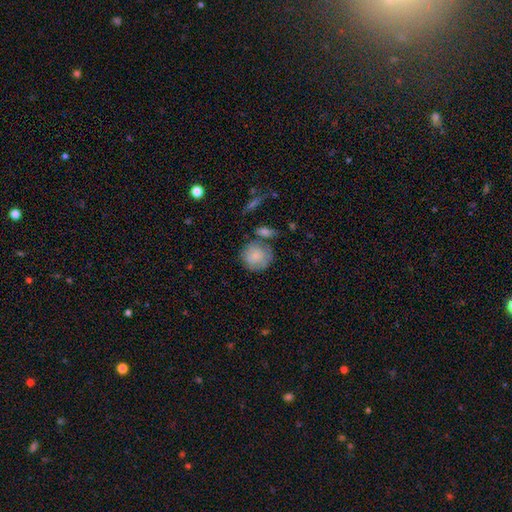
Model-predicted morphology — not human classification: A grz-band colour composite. It shows a smooth galaxy with no disk features (76%) that is round (88%). Merging: none (60%).